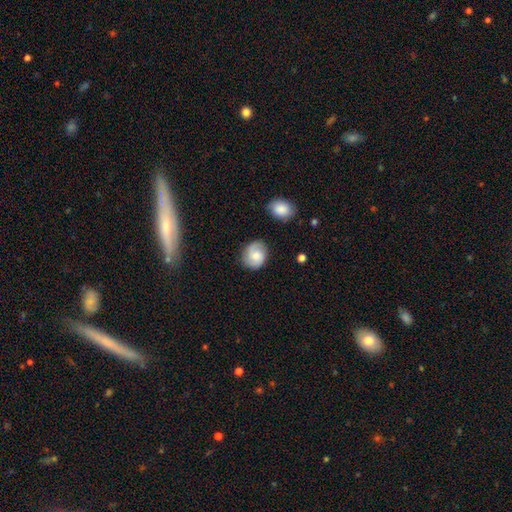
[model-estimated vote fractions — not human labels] Smooth or featured: smooth — 56% (featured or disk — 36%)
How rounded: round — 67% (in between — 32%)
Merging: none — 76% (minor disturbance — 18%)